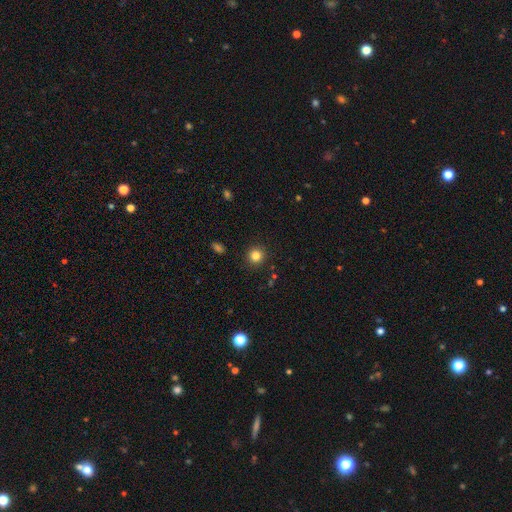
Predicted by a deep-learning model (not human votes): smooth-or-featured: smooth: 83% | star or artifact: 12% | featured or disk: 5%
  how-rounded: round: 93% | in between: 6% | cigar-shaped: 1%
  merging: none: 91% | minor disturbance: 5% | major disturbance: 2% | merger: 1%